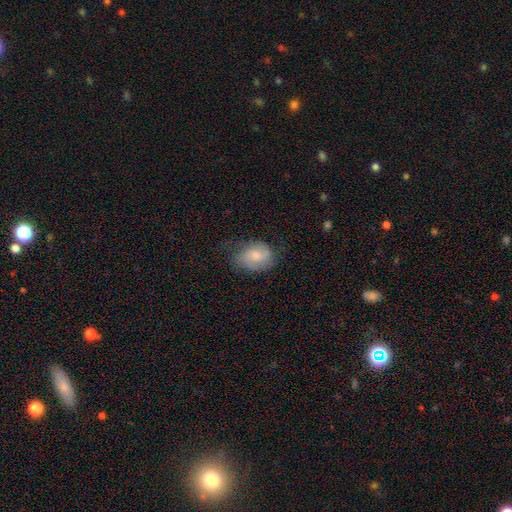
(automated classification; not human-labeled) Smooth or featured?
  - smooth: 53% *
  - featured or disk: 40%
  - star or artifact: 7%
How rounded?
  - in between: 73% *
  - round: 26%
  - cigar-shaped: 1%
Merging?
  - none: 58% *
  - minor disturbance: 29%
  - major disturbance: 12%
  - merger: 1%